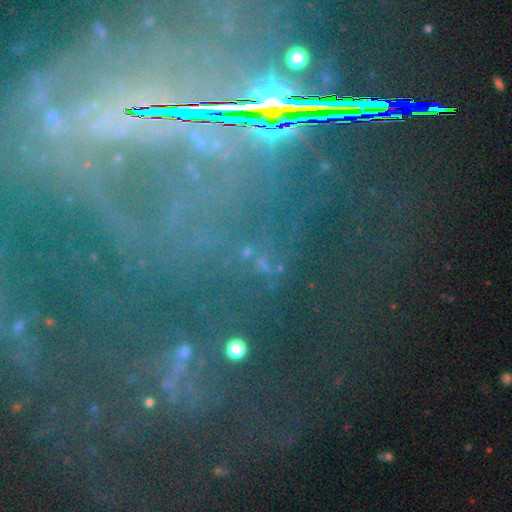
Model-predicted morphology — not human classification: This appears to be a star or artifact, not a galaxy (73%).